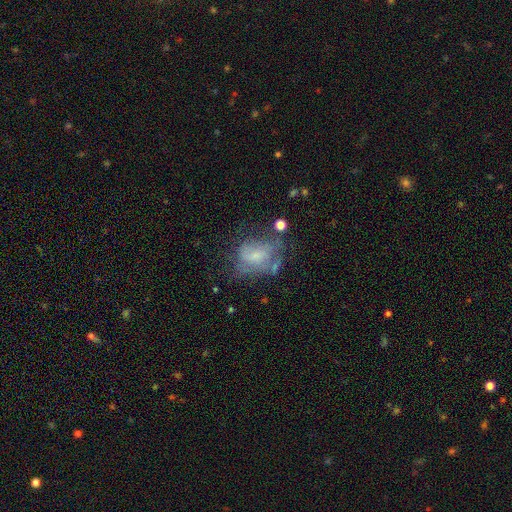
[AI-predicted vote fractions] Smooth or featured: featured or disk — 50% (smooth — 38%)
Merging: none — 37% (major disturbance — 29%)